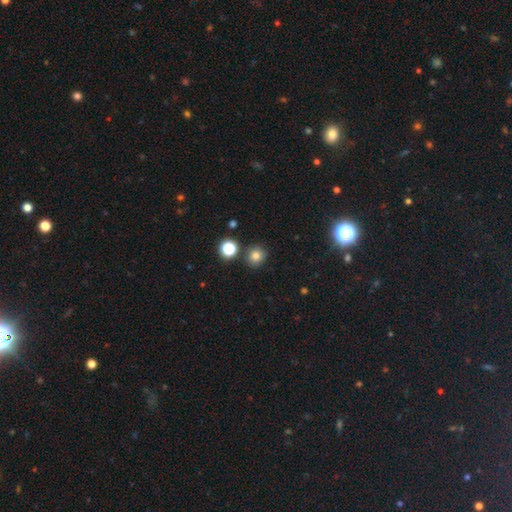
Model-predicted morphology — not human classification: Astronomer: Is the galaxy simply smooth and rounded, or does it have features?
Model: smooth — 78%.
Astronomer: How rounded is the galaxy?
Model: round — 89%.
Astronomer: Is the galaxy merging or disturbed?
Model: none — 84%.